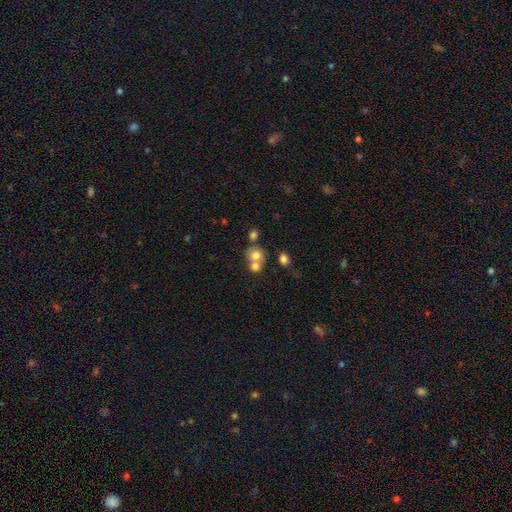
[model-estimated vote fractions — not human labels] Smooth or featured: smooth — 72% (featured or disk — 16%)
How rounded: round — 76% (in between — 24%)
Merging: merger — 52% (none — 36%)